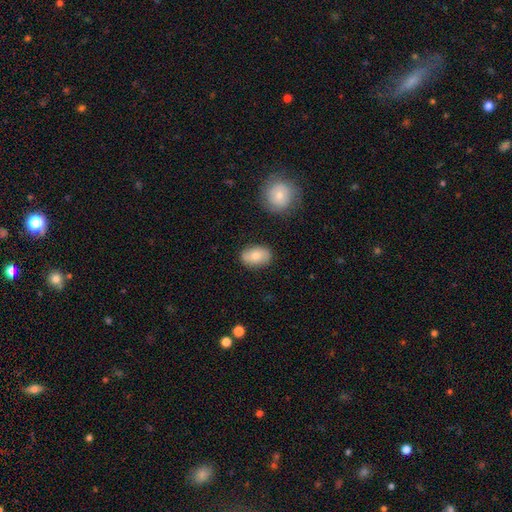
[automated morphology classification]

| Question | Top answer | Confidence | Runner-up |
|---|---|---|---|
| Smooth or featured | smooth | 74% | featured or disk (19%) |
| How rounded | in between | 86% | round (13%) |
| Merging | none | 82% | minor disturbance (12%) |